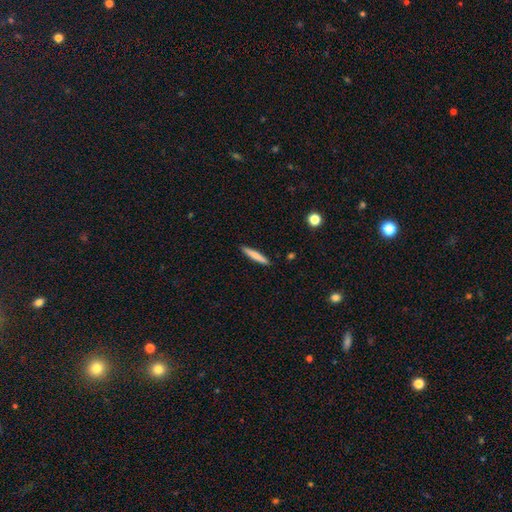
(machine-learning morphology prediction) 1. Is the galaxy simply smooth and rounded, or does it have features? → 75% smooth, 19% featured or disk, 6% star or artifact.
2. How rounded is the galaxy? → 93% cigar-shaped, 6% in between, 1% round.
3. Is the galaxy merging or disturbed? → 91% none, 6% minor disturbance, 1% major disturbance, 1% merger.